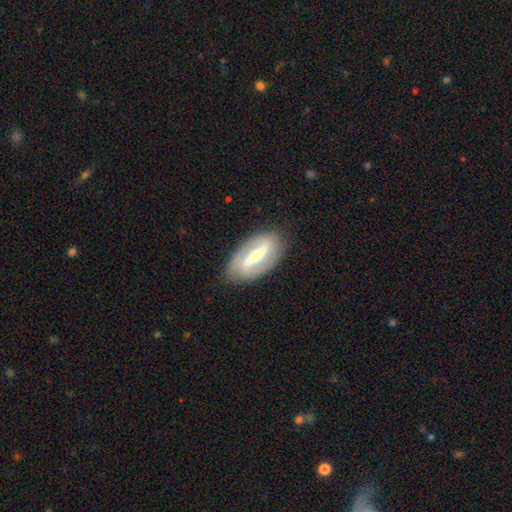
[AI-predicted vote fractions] Smooth or featured? featured or disk (74%)
Edge-on disk? no (87%)
Bar? strong (72%)
Spiral arms? yes (67%)
Bulge size? moderate (52%)
Merging? none (84%)